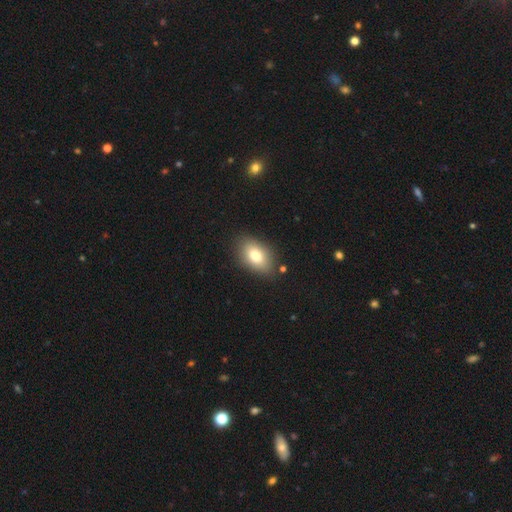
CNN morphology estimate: This is likely a smooth galaxy (77%). How rounded: clearly in between (87%). Merging: clearly none (82%).